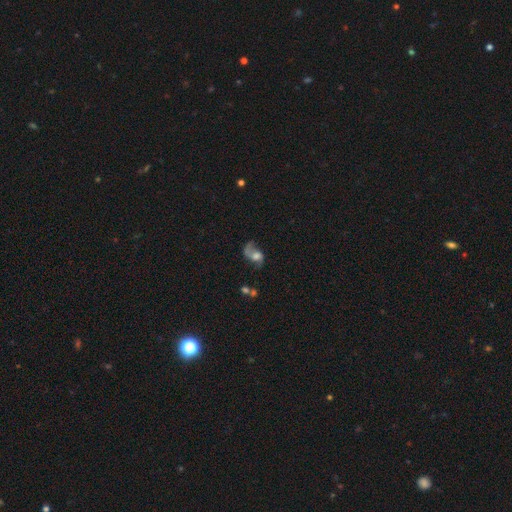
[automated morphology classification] A featured or disk galaxy (67%) with no bar (63%), 2 (67%) loose (71%) spiral arms (88%) and a moderate central bulge (42%). Merging: none (42%).